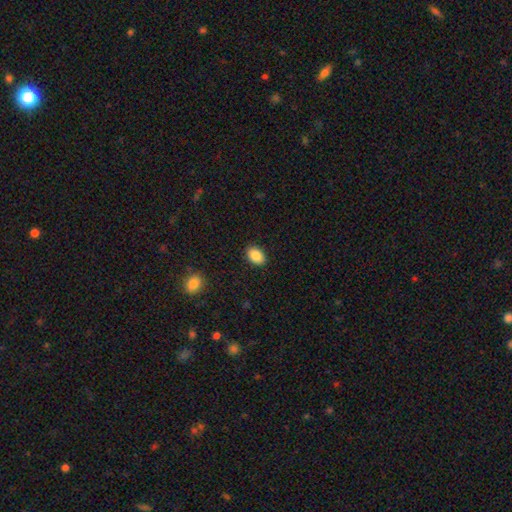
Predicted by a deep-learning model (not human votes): Smooth or featured: smooth — 88% (star or artifact — 8%)
How rounded: in between — 85% (round — 14%)
Merging: none — 90% (minor disturbance — 7%)